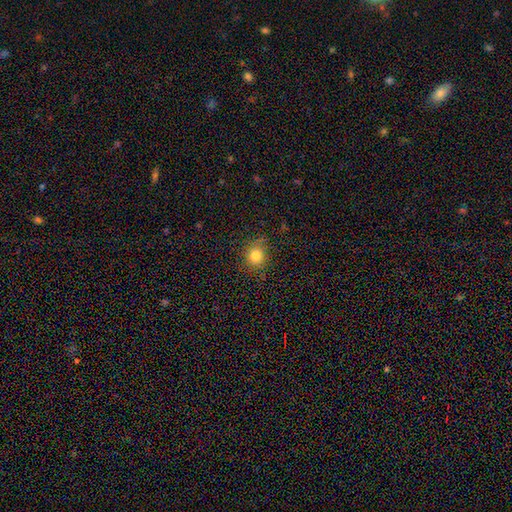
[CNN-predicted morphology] smooth 79%, star or artifact 14%, featured or disk 7%. Down the decision tree: how rounded — round (81%); merging — none (83%).